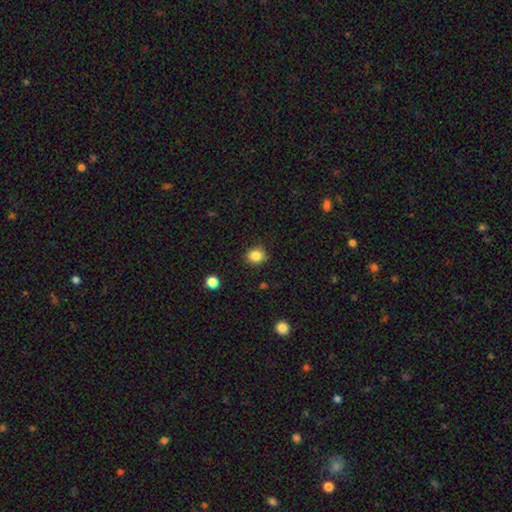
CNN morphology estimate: smooth_or_featured: smooth (p=0.85) [alt: star or artifact p=0.11]
how_rounded: round (p=0.72) [alt: in between p=0.28]
merging: none (p=0.86) [alt: minor disturbance p=0.10]